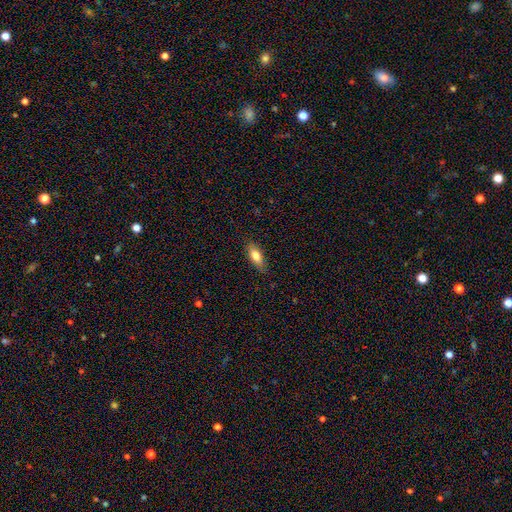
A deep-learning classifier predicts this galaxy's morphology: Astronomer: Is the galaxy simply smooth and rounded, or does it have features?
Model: smooth — 79%.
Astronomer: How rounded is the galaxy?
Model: in between — 73%.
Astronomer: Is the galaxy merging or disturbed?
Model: none — 83%.